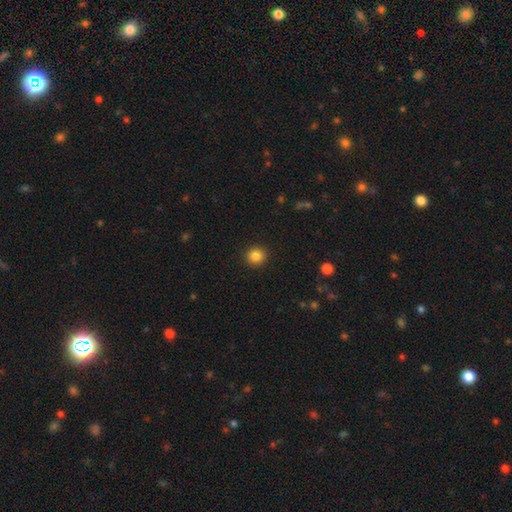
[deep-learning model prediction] Smooth or featured? smooth (85%)
How rounded? round (93%)
Merging? none (92%)